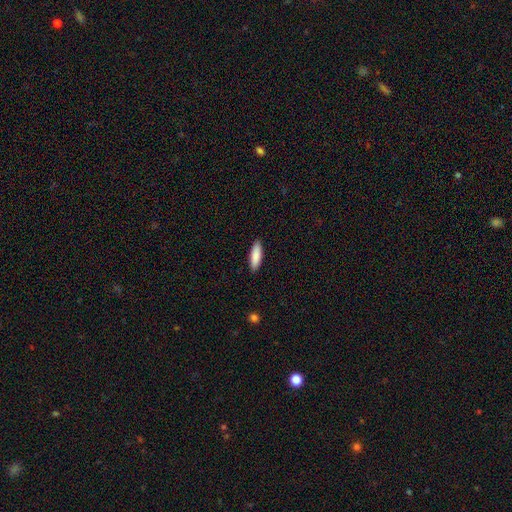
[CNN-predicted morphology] A smooth galaxy with no disk features (87%) that is in between round and cigar-shaped (50%).

Vote fractions:
- Smooth or featured? smooth: 87% / featured or disk: 8% / star or artifact: 5%
- How rounded? in between: 50% / cigar-shaped: 49% / round: 2%
- Merging? none: 90% / minor disturbance: 8% / major disturbance: 2% / merger: 1%